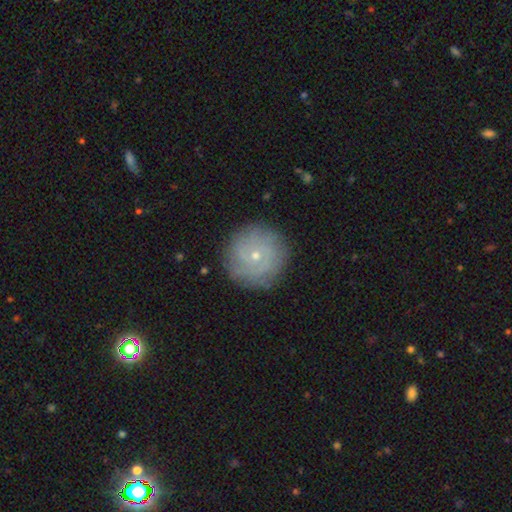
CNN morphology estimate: Overall: featured or disk (62%; smooth 30%). Edge-on disk: no (97%). Bar: no (79%). Spiral arms: yes (82%). Bulge size: small (73%). Merging: none (85%).